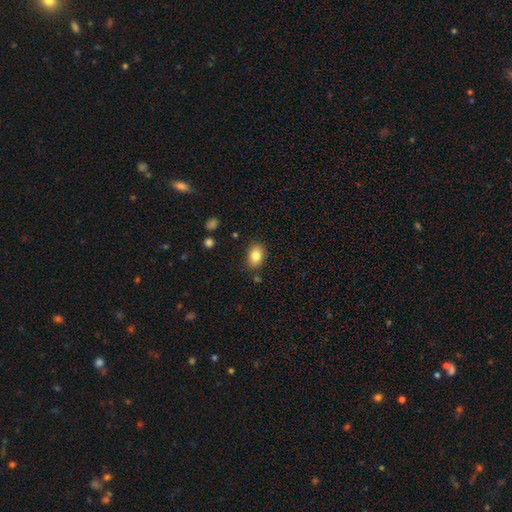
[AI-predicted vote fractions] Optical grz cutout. It shows a smooth galaxy with no disk features (83%) that is in between round and cigar-shaped (78%). Merging: none (82%).